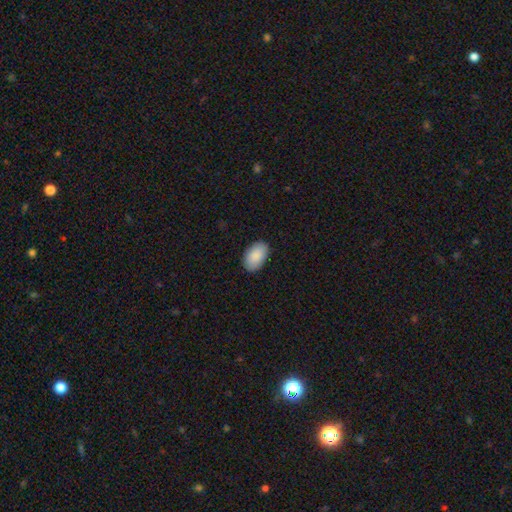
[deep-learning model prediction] Smooth or featured? Predicted: smooth (p=0.90). How rounded? Predicted: in between (p=0.94). Merging? Predicted: none (p=0.88).